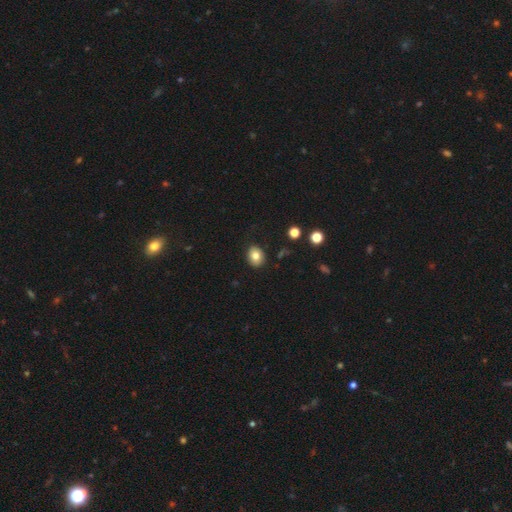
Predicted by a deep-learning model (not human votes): smooth_or_featured: smooth (p=0.81) [alt: star or artifact p=0.10]
how_rounded: in between (p=0.56) [alt: round p=0.43]
merging: none (p=0.86) [alt: minor disturbance p=0.10]